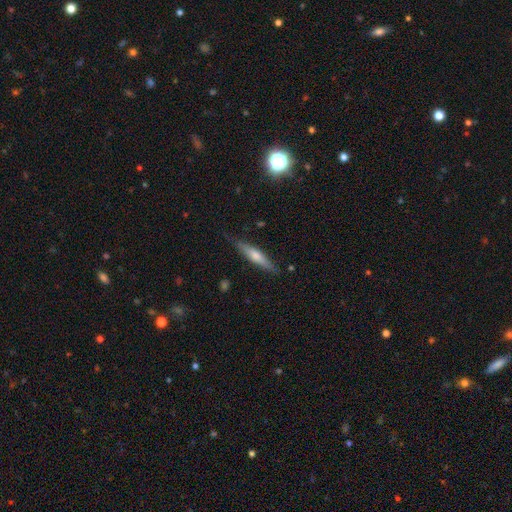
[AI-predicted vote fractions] A smooth galaxy with no disk features (47%, tied with featured or disk). Merging: none (80%).